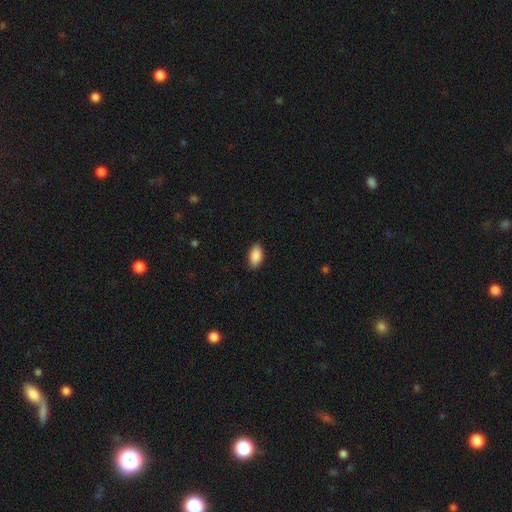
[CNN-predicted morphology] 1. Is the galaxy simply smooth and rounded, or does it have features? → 90% smooth, 7% star or artifact, 4% featured or disk.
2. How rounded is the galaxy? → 93% in between, 4% round, 3% cigar-shaped.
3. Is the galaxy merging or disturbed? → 88% none, 9% minor disturbance, 2% major disturbance, 1% merger.